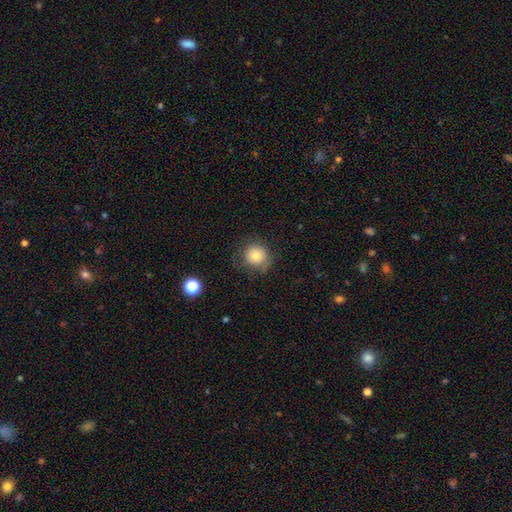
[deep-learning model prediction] smooth 77%, featured or disk 12%, star or artifact 11%. Down the decision tree: how rounded — round (90%); merging — none (75%).